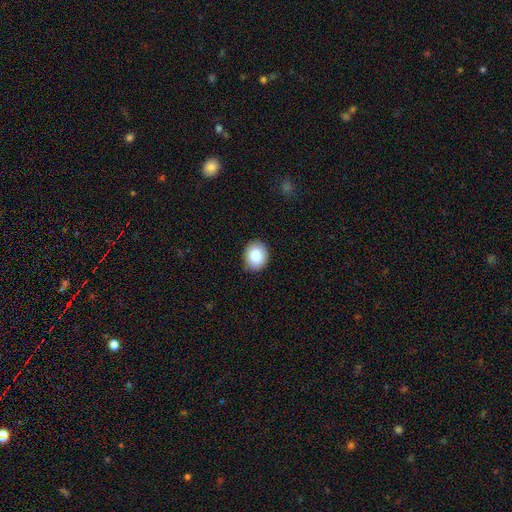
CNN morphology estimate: This appears to be a smooth galaxy with no disk features (88%) that is round (63%). Merging: none (87%).